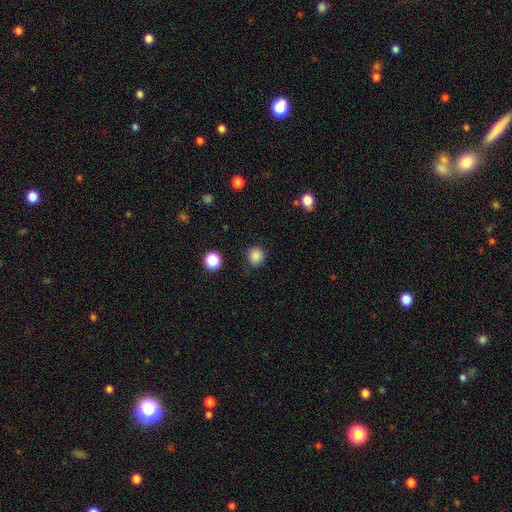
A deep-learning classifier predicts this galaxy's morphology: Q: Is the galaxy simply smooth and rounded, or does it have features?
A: smooth — 85%.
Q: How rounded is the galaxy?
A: round — 89%.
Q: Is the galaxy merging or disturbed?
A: none — 81%.